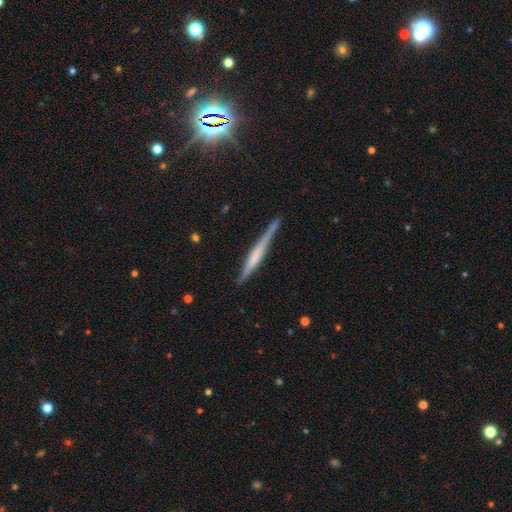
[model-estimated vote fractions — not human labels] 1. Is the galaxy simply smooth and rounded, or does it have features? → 62% featured or disk, 32% smooth, 6% star or artifact.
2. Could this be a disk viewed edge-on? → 97% yes, 3% no.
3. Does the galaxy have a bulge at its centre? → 42% none, 32% boxy, 26% rounded.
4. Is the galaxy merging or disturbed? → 80% none, 15% minor disturbance, 3% major disturbance, 2% merger.